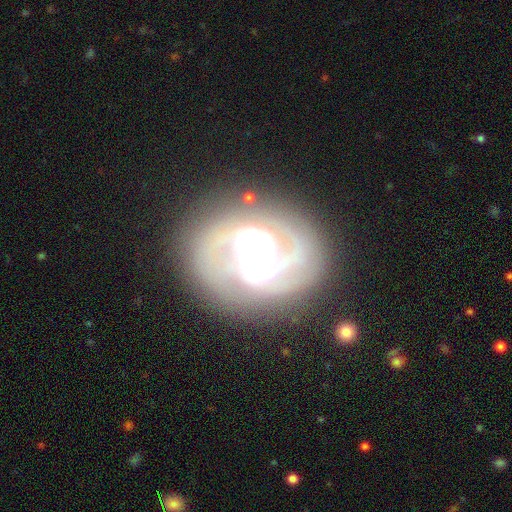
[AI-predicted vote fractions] smooth-or-featured: featured or disk: 85% | smooth: 8% | star or artifact: 7%
  disk-edge-on: no: 98% | yes: 2%
    bar: strong: 38% | weak: 34% | no: 28%
    has-spiral-arms: yes: 95% | no: 5%
      spiral-winding: tight: 47% | medium: 41% | loose: 12%
      spiral-arm-count: 2: 59% | 3: 16% | can't tell: 11% | 1: 5% | 4: 4% | more than 4: 4%
    bulge-size: large: 48% | moderate: 29% | dominant: 12% | small: 7% | none: 4%
  merging: none: 76% | minor disturbance: 14% | major disturbance: 9% | merger: 2%